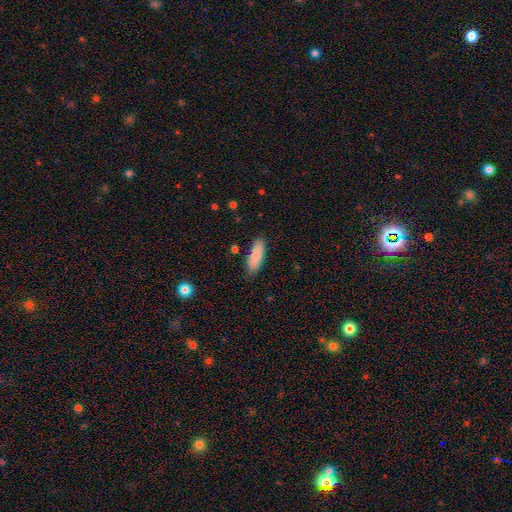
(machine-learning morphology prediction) A smooth galaxy with no disk features (85%) that is in between round and cigar-shaped (68%). Merging: none (82%).